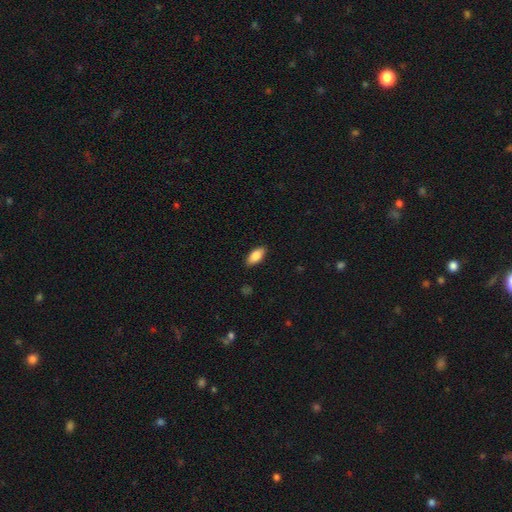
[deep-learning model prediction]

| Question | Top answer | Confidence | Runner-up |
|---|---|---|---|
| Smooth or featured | smooth | 84% | featured or disk (9%) |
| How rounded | in between | 88% | cigar-shaped (10%) |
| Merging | none | 87% | minor disturbance (10%) |